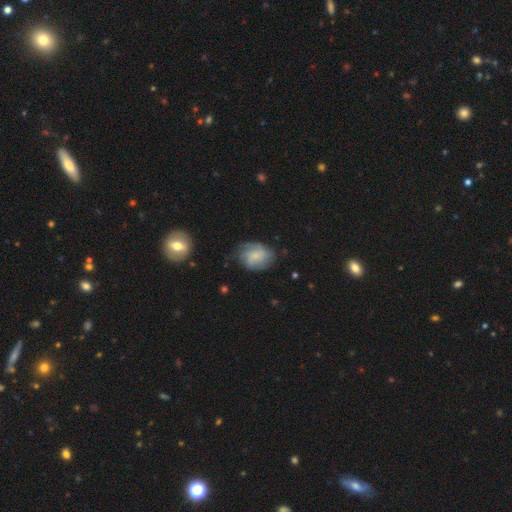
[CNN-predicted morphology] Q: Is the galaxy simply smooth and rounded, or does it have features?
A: smooth — 54%.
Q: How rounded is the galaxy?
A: in between — 61%.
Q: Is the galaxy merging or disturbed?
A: none — 59%.